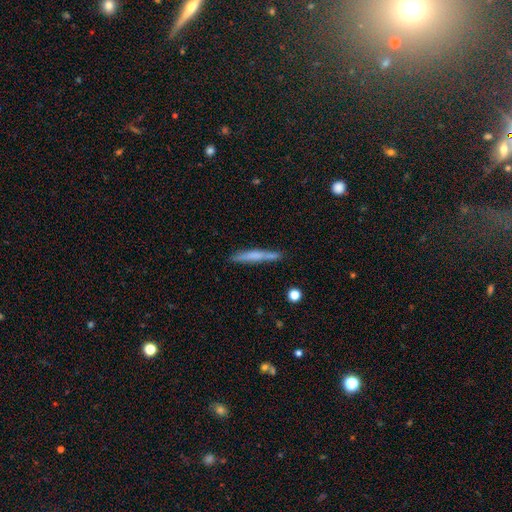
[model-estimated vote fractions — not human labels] smooth_or_featured: smooth (p=0.59) [alt: featured or disk p=0.35]
how_rounded: cigar-shaped (p=0.95) [alt: in between p=0.04]
merging: none (p=0.81) [alt: minor disturbance p=0.13]